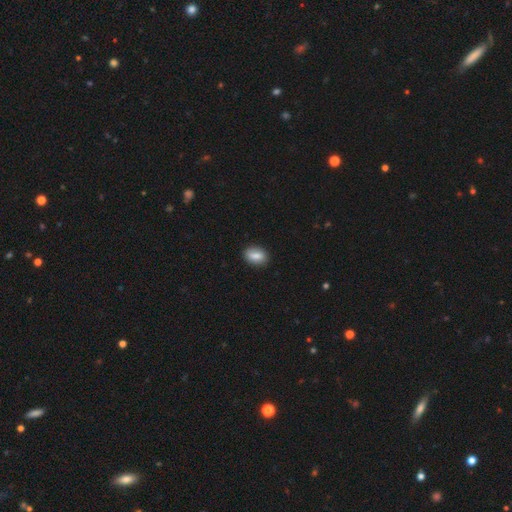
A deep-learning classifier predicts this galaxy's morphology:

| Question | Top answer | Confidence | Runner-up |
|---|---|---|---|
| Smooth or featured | smooth | 80% | featured or disk (12%) |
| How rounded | in between | 84% | round (14%) |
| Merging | none | 87% | minor disturbance (10%) |